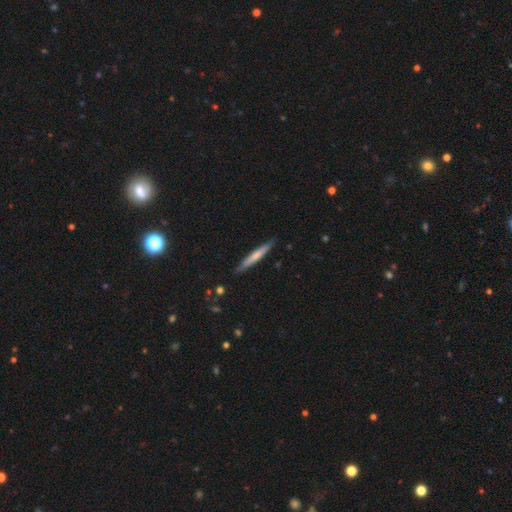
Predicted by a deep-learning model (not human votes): smooth_or_featured: smooth (p=0.60) [alt: featured or disk p=0.34]
how_rounded: cigar-shaped (p=0.95) [alt: in between p=0.03]
merging: none (p=0.87) [alt: minor disturbance p=0.10]